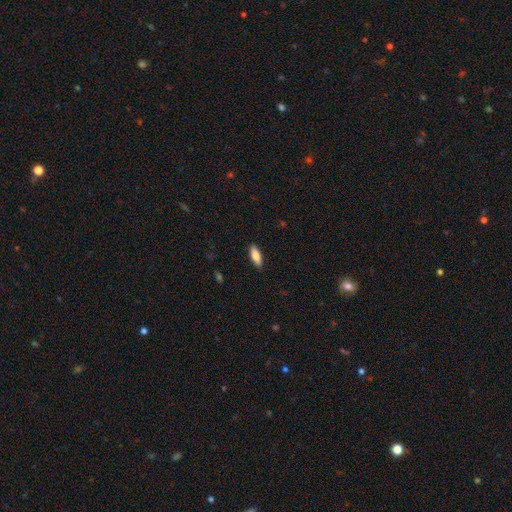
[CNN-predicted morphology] smooth 78%, featured or disk 16%, star or artifact 6%. Down the decision tree: how rounded — in between (66%); merging — none (89%).